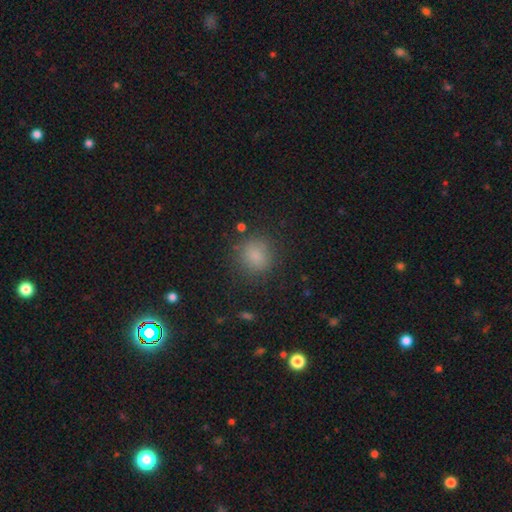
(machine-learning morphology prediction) This appears to be a smooth galaxy with no disk features (81%) that is round (84%). Merging: none (81%).